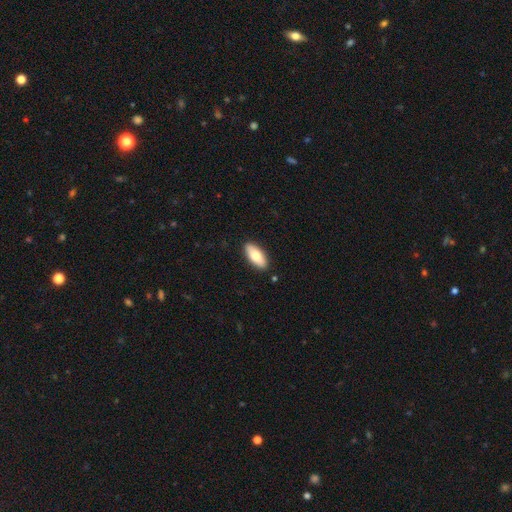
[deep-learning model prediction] A smooth galaxy with no disk features (75%) that is in between round and cigar-shaped (84%). Merging: none (90%).